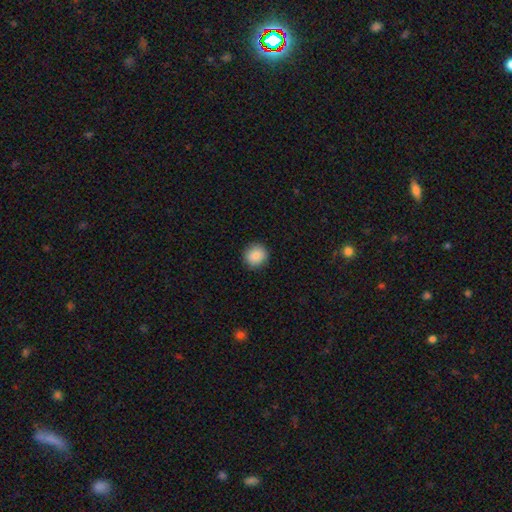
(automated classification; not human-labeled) Overall: smooth (88%). How rounded: round (89%). Merging: none (91%).